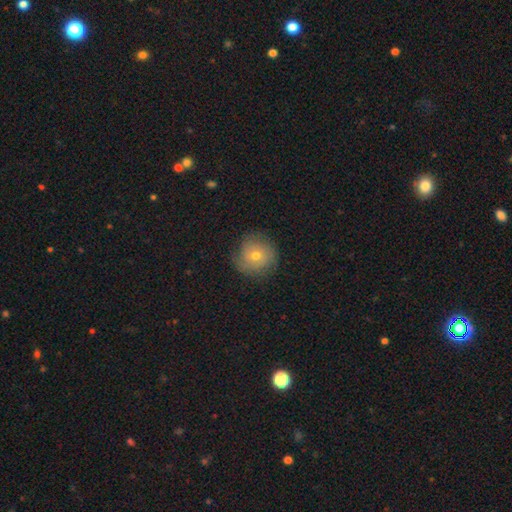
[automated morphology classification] smooth-or-featured: smooth: 54% | featured or disk: 35% | star or artifact: 11%
  how-rounded: round: 92% | in between: 7% | cigar-shaped: 1%
  merging: none: 78% | minor disturbance: 16% | major disturbance: 5% | merger: 1%